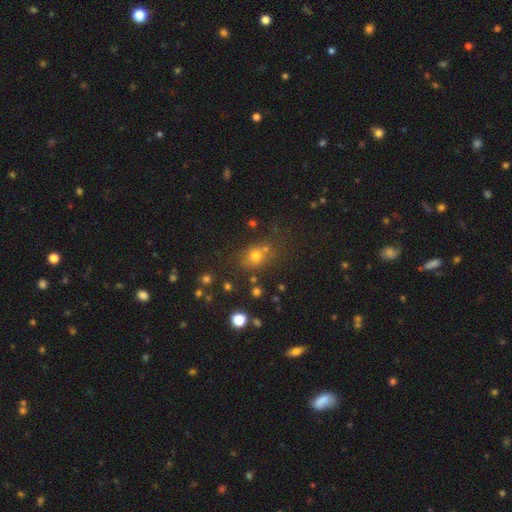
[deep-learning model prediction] Q: Smooth or featured?
A: smooth (71%); runner-up: star or artifact (20%)
Q: How rounded?
A: round (72%); runner-up: in between (27%)
Q: Merging?
A: none (66%); runner-up: merger (15%)